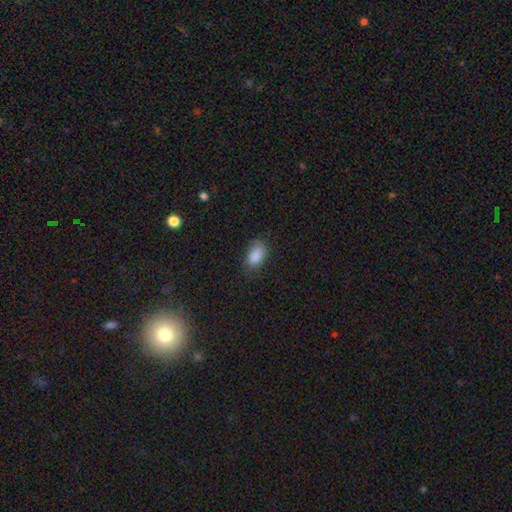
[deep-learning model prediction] Smooth or featured?
  - smooth: 86% *
  - star or artifact: 8%
  - featured or disk: 6%
How rounded?
  - in between: 91% *
  - round: 7%
  - cigar-shaped: 2%
Merging?
  - none: 69% *
  - minor disturbance: 23%
  - major disturbance: 7%
  - merger: 1%